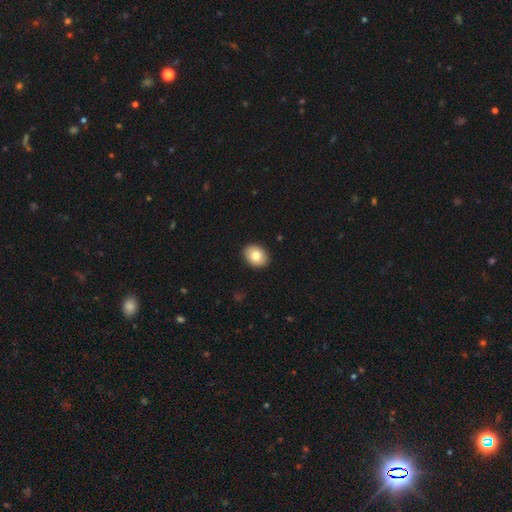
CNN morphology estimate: Smooth or featured? smooth (79%)
How rounded? in between (56%)
Merging? none (91%)